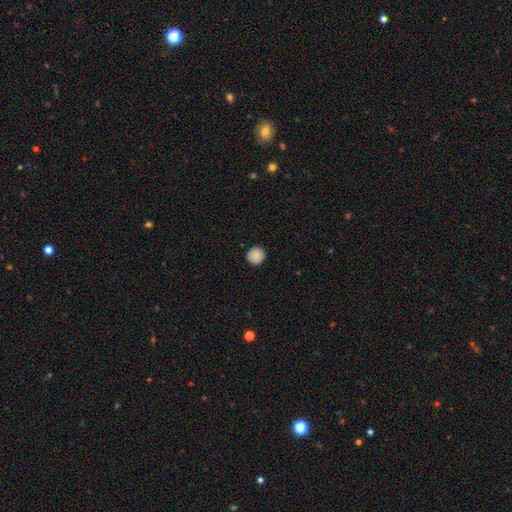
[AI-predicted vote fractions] This is clearly a smooth galaxy (88%). How rounded: clearly round (95%). Merging: clearly none (91%).